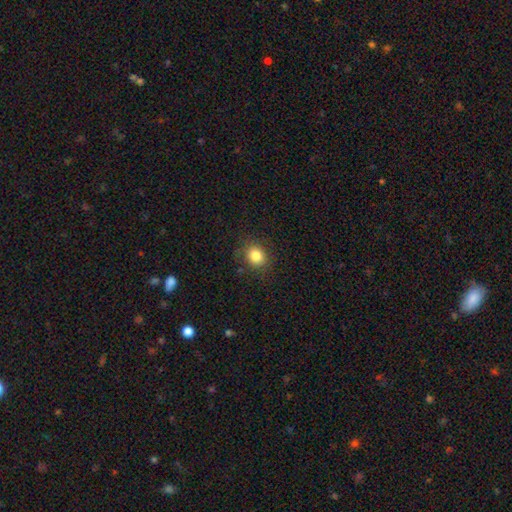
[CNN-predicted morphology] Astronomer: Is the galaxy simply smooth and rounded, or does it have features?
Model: smooth — 83%.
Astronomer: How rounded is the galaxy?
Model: round — 77%.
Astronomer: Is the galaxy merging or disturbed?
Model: none — 85%.